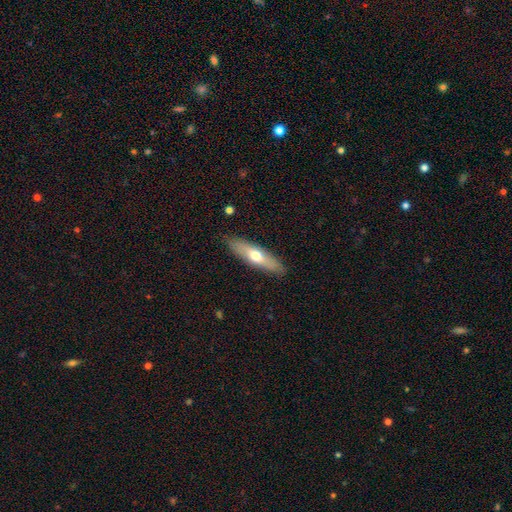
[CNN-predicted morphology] Smooth or featured?
  - smooth: 56% *
  - featured or disk: 39%
  - star or artifact: 5%
How rounded?
  - cigar-shaped: 64% *
  - in between: 34%
  - round: 2%
Merging?
  - none: 87% *
  - minor disturbance: 10%
  - major disturbance: 2%
  - merger: 1%